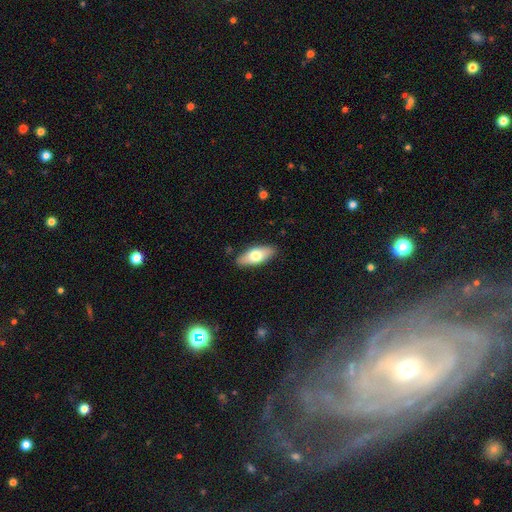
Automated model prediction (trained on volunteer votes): Smooth or featured? smooth (67%)
How rounded? in between (80%)
Merging? none (86%)